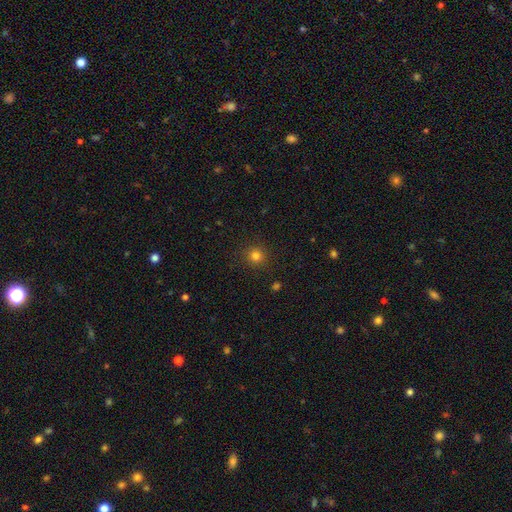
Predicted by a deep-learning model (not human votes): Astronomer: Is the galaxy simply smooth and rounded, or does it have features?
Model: smooth — 80%.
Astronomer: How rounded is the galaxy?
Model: round — 93%.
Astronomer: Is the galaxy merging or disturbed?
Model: none — 91%.